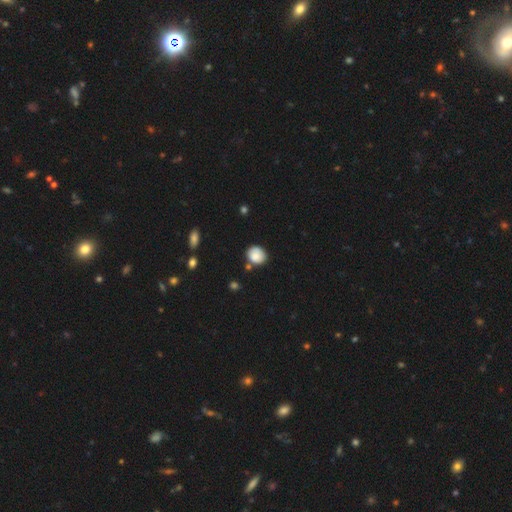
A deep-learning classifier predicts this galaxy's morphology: This is clearly a smooth galaxy (85%). How rounded: likely round (66%). Merging: likely none (72%).